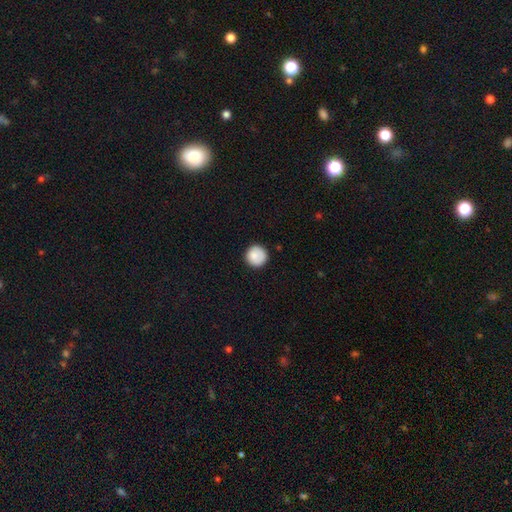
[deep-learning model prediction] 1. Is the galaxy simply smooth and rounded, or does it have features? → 85% smooth, 8% featured or disk, 7% star or artifact.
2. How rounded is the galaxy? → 95% round, 4% in between, 1% cigar-shaped.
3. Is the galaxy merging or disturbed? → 86% none, 10% minor disturbance, 2% major disturbance, 1% merger.